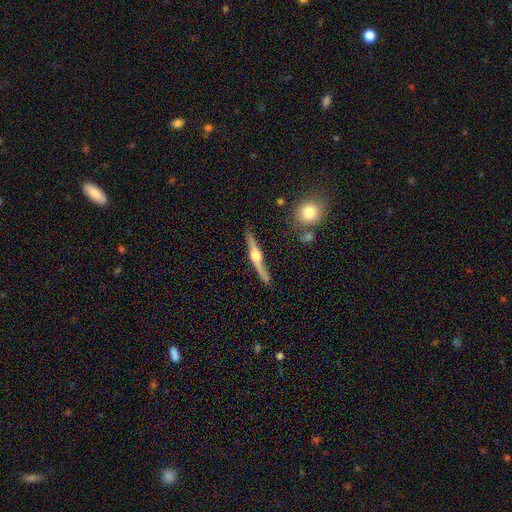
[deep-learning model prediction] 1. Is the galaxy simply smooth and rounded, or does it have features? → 81% featured or disk, 14% smooth, 5% star or artifact.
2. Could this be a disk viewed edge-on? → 96% yes, 4% no.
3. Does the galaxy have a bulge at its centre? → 94% rounded, 4% boxy, 2% none.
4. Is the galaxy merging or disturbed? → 81% none, 13% minor disturbance, 3% major disturbance, 3% merger.